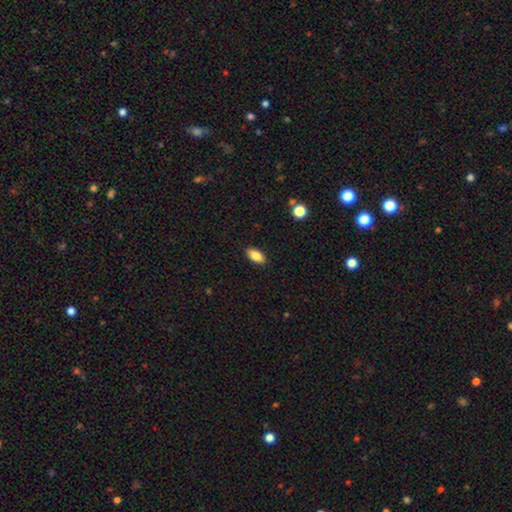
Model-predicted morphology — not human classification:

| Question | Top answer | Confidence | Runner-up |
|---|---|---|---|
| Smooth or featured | smooth | 83% | featured or disk (9%) |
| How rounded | in between | 90% | cigar-shaped (7%) |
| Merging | none | 89% | minor disturbance (8%) |